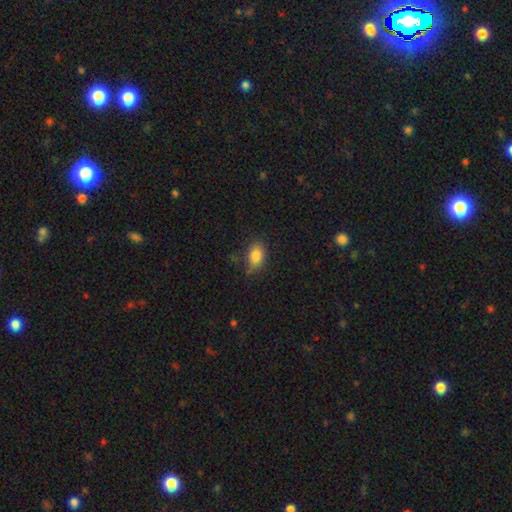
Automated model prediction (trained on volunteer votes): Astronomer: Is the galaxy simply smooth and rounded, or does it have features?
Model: smooth — 85%.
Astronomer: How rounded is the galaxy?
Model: in between — 87%.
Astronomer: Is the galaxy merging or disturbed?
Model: none — 72%.